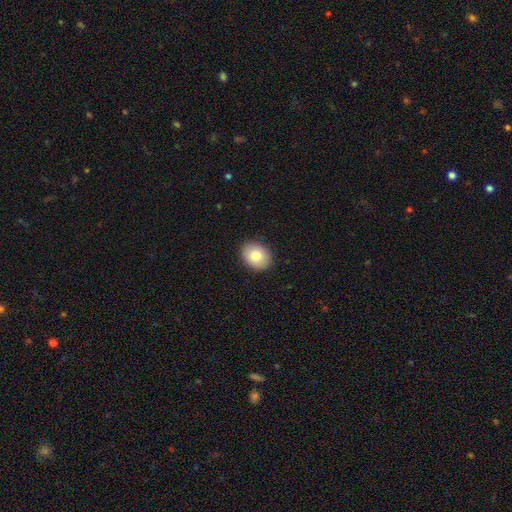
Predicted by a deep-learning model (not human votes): A smooth galaxy with no disk features (83%) that is in between round and cigar-shaped (58%).

Vote fractions:
- Smooth or featured? smooth: 83% / featured or disk: 10% / star or artifact: 7%
- How rounded? in between: 58% / round: 41% / cigar-shaped: 1%
- Merging? none: 90% / minor disturbance: 8% / major disturbance: 2% / merger: 1%